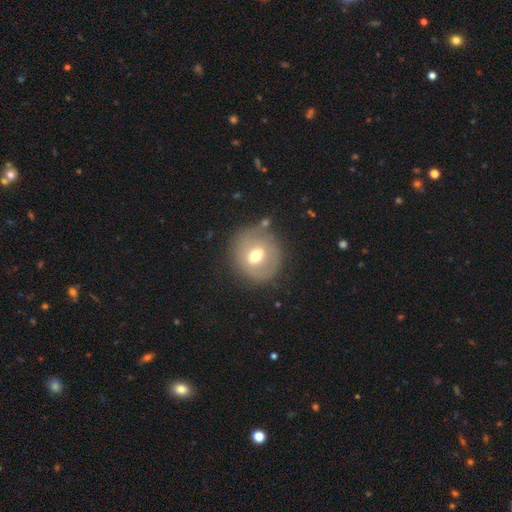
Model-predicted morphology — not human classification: A smooth galaxy with no disk features (57%) that is round (84%). Merging: none (72%).